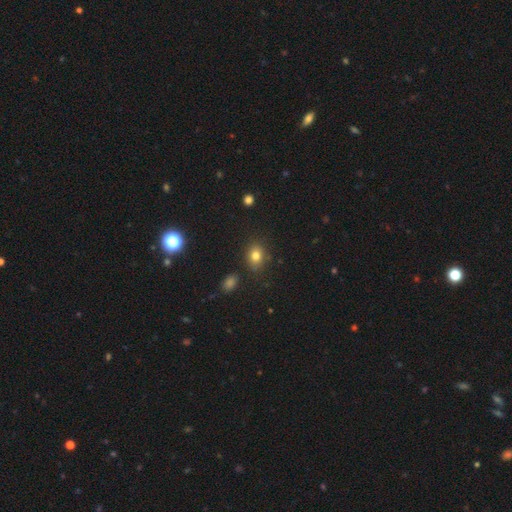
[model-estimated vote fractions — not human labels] Morphology: type=smooth (80%); roundness=in between (52%); merging=none (81%).